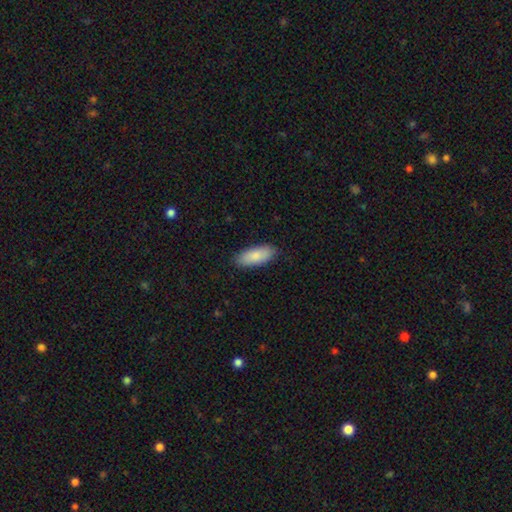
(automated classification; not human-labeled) The model was most divided on "how rounded": in between: 81%, cigar-shaped: 18%, round: 2%. More confident: merging — none (86%); smooth or featured — smooth (86%).